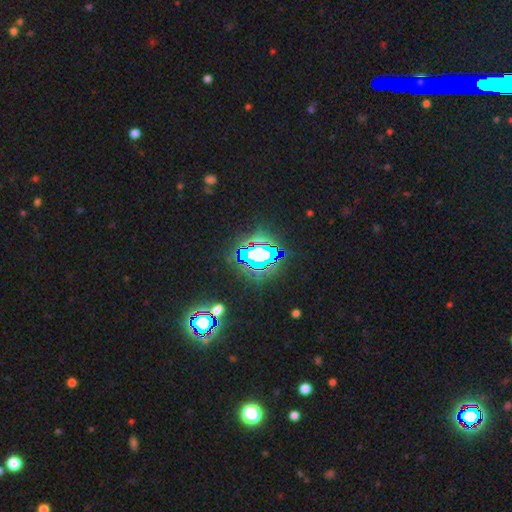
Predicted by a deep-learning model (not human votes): A star or artifact, not a galaxy (75%).

Vote fractions:
- Smooth or featured? star or artifact: 75% / smooth: 14% / featured or disk: 11%